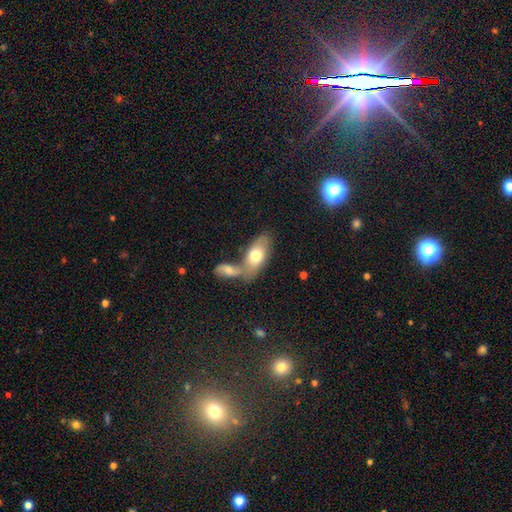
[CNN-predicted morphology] Smooth or featured?
  - smooth: 70% *
  - featured or disk: 24%
  - star or artifact: 6%
How rounded?
  - in between: 89% *
  - cigar-shaped: 7%
  - round: 4%
Merging?
  - merger: 50% *
  - none: 35%
  - minor disturbance: 10%
  - major disturbance: 5%